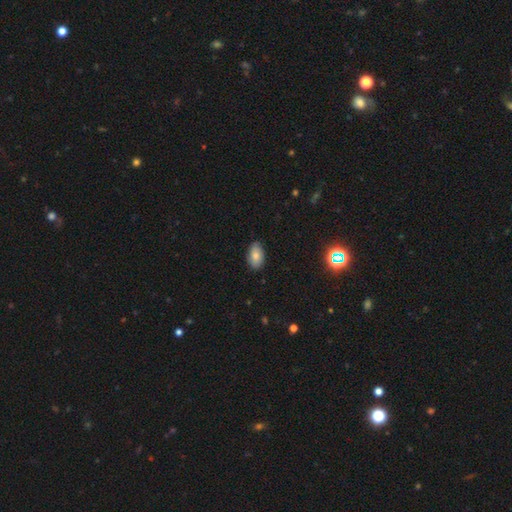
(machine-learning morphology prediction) smooth-or-featured: smooth: 80% | featured or disk: 12% | star or artifact: 9%
  how-rounded: in between: 93% | round: 6% | cigar-shaped: 2%
  merging: none: 85% | minor disturbance: 12% | major disturbance: 2% | merger: 1%